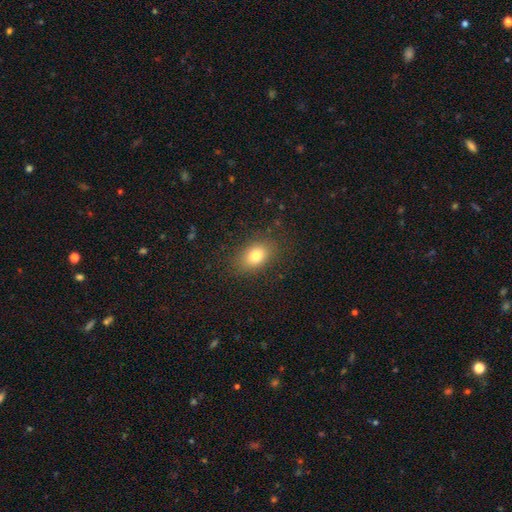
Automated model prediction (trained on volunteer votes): smooth-or-featured: smooth: 80% | star or artifact: 10% | featured or disk: 9%
  how-rounded: in between: 79% | round: 19% | cigar-shaped: 2%
  merging: none: 84% | minor disturbance: 11% | major disturbance: 4% | merger: 1%